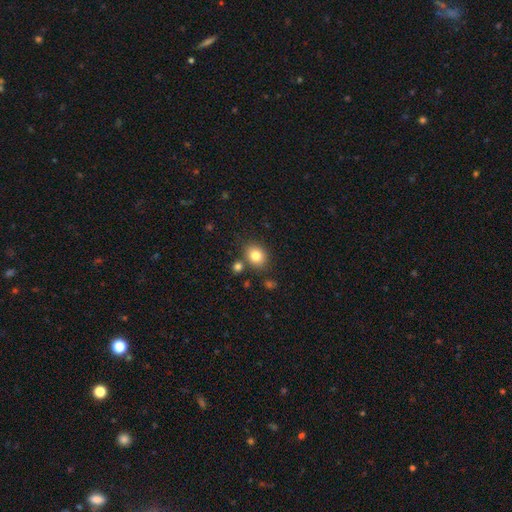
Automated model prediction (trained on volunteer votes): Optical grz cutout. It shows a smooth galaxy with no disk features (82%) that is round (57%). Merging: none (77%).